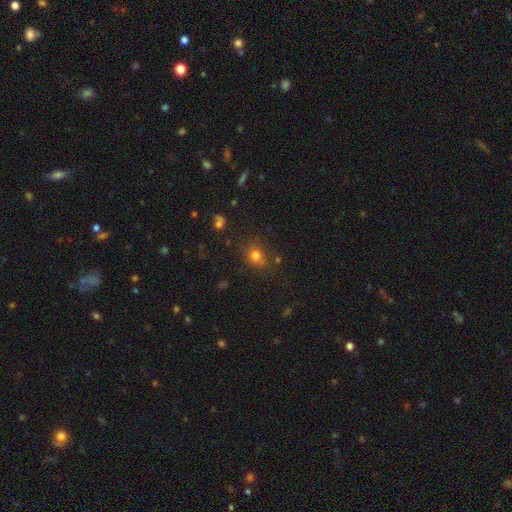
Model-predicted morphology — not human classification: smooth 74%, star or artifact 18%, featured or disk 8%. Down the decision tree: how rounded — round (76%); merging — none (69%).